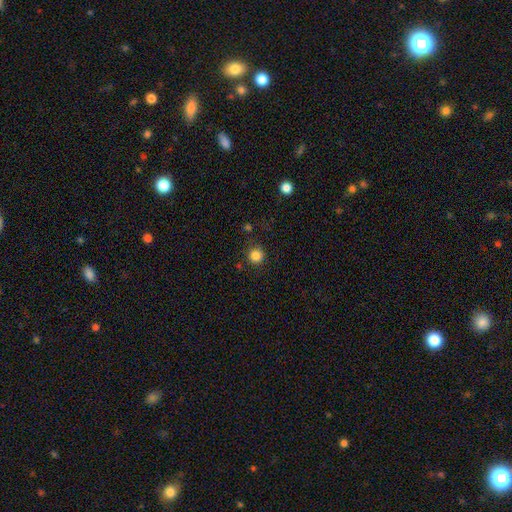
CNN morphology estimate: The model was most divided on "smooth or featured": smooth: 85%, star or artifact: 12%, featured or disk: 4%. More confident: how rounded — round (95%); merging — none (88%).